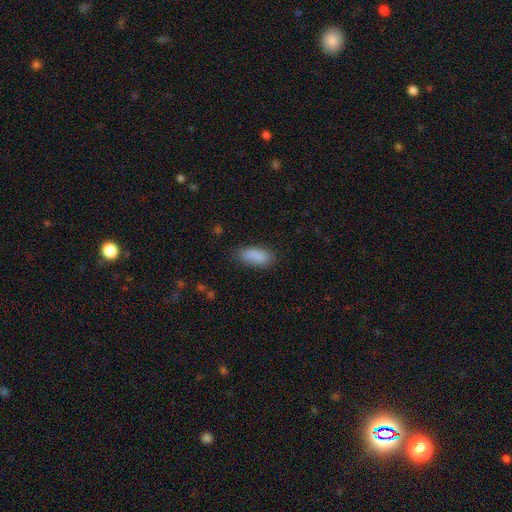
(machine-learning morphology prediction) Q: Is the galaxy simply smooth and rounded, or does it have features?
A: smooth — 87%.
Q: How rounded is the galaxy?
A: in between — 85%.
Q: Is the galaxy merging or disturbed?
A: none — 78%.